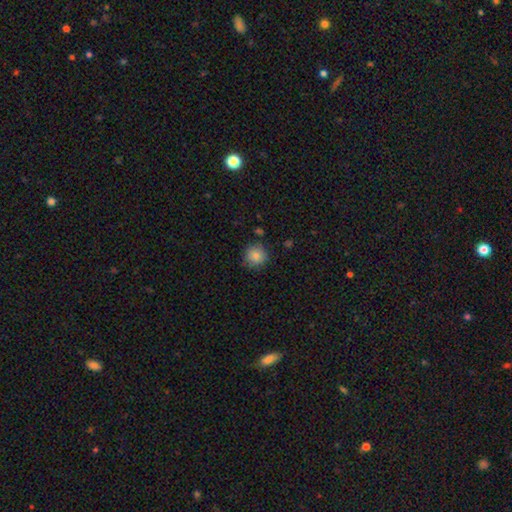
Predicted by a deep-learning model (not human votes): Overall: smooth (85%). How rounded: round (93%). Merging: none (84%).